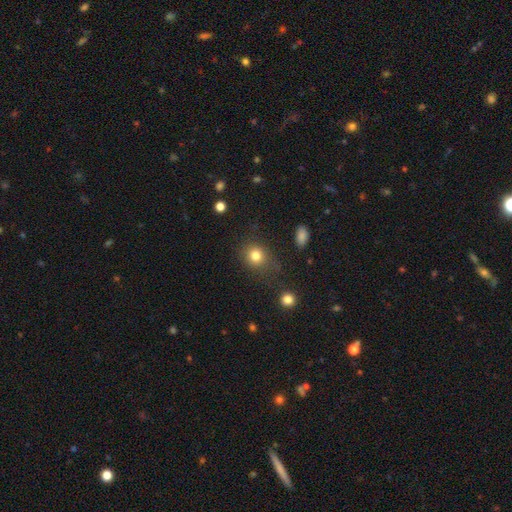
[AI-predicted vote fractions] smooth_or_featured: smooth (p=0.82) [alt: star or artifact p=0.12]
how_rounded: round (p=0.77) [alt: in between p=0.22]
merging: none (p=0.74) [alt: minor disturbance p=0.16]